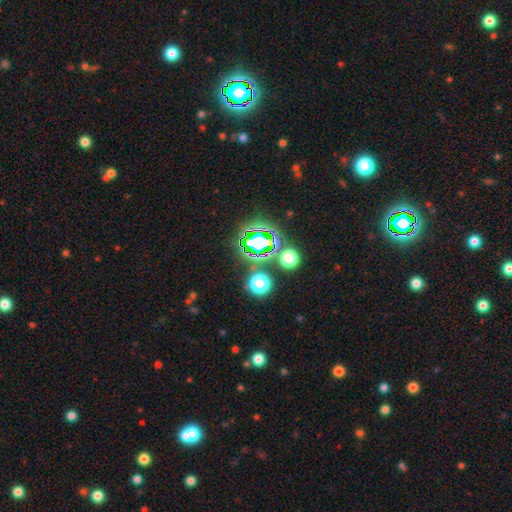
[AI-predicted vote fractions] Morphology: type=star or artifact (75%).